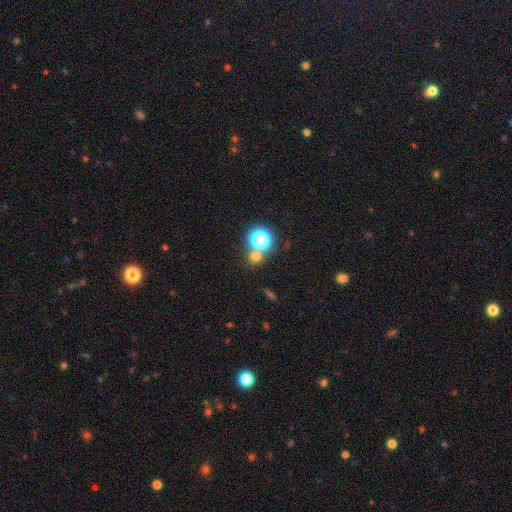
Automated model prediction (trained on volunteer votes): A smooth galaxy with no disk features (65%) that is round (88%). Merging: none (64%).